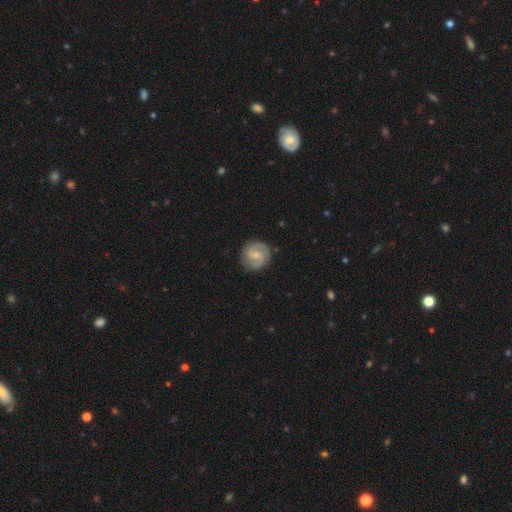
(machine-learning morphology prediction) A featured or disk galaxy (73%) with a weak bar (52%), 2 (87%) tight (45%) spiral arms (95%) and a small central bulge (48%). Merging: none (84%).